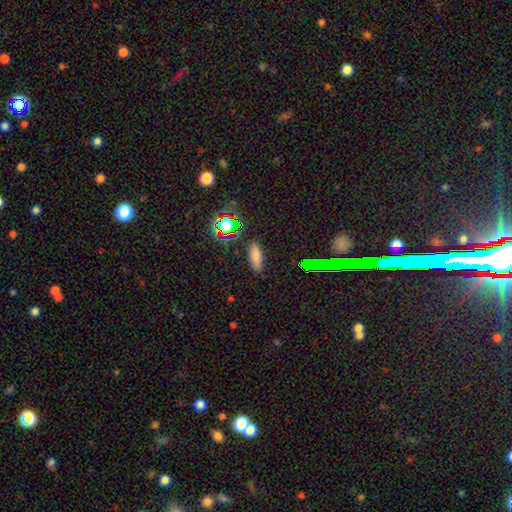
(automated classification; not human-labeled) A smooth galaxy with no disk features (76%) that is in between round and cigar-shaped (65%).

Vote fractions:
- Smooth or featured? smooth: 76% / star or artifact: 17% / featured or disk: 7%
- How rounded? in between: 65% / cigar-shaped: 32% / round: 3%
- Merging? none: 86% / minor disturbance: 10% / major disturbance: 3% / merger: 2%